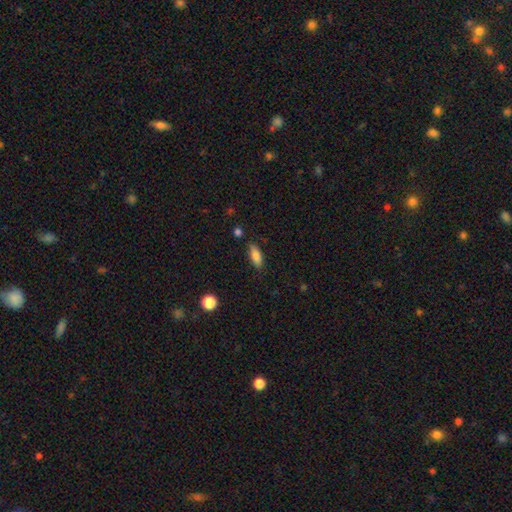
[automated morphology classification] Smooth or featured: smooth — 84% (featured or disk — 8%)
How rounded: in between — 77% (cigar-shaped — 21%)
Merging: none — 82% (minor disturbance — 13%)